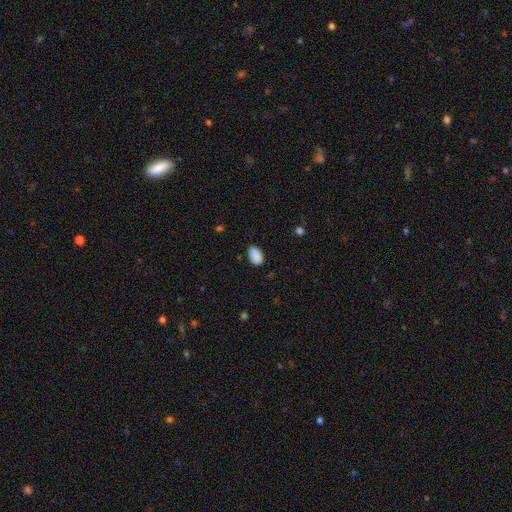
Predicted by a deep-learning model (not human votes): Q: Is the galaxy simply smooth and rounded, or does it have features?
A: smooth — 89%.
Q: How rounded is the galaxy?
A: in between — 89%.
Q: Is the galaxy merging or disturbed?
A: none — 79%.